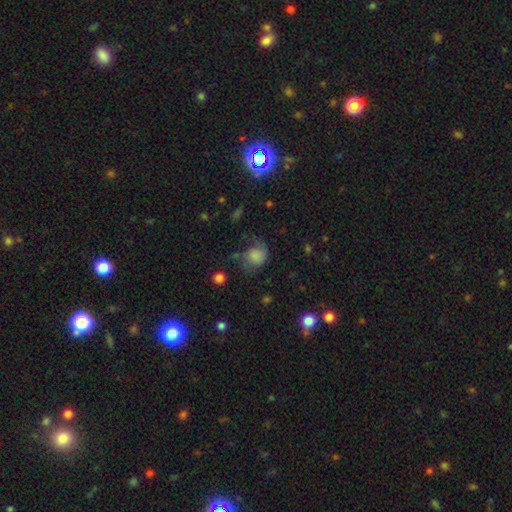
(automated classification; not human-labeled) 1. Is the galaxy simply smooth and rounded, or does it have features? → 66% smooth, 23% featured or disk, 11% star or artifact.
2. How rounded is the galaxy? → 63% round, 36% in between, 1% cigar-shaped.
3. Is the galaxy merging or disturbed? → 36% none, 34% major disturbance, 27% minor disturbance, 4% merger.